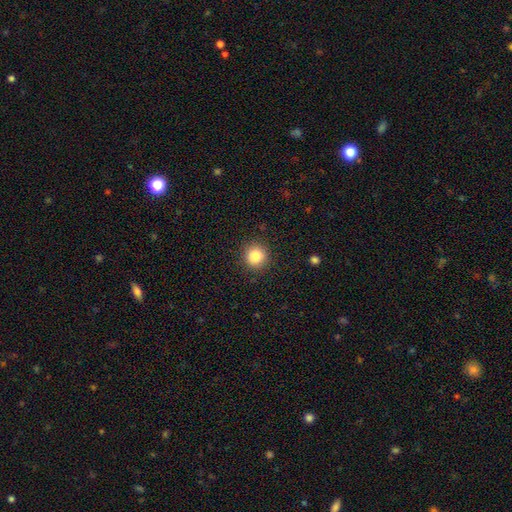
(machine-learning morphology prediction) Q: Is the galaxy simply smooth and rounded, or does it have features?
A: smooth — 84%.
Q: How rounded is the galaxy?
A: round — 92%.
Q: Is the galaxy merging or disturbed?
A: none — 90%.